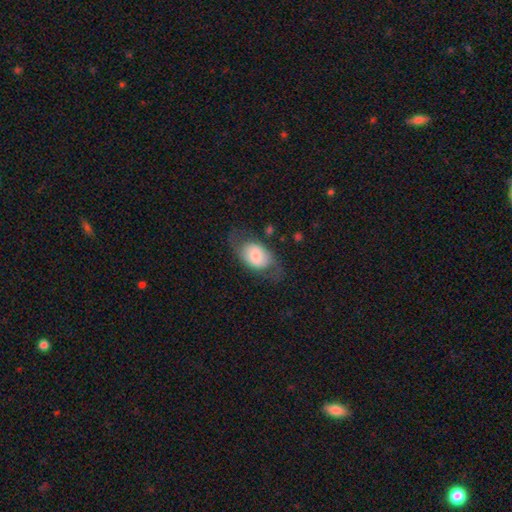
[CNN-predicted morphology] Smooth or featured: smooth — 66% (featured or disk — 27%)
How rounded: in between — 79% (round — 19%)
Merging: none — 55% (minor disturbance — 24%)